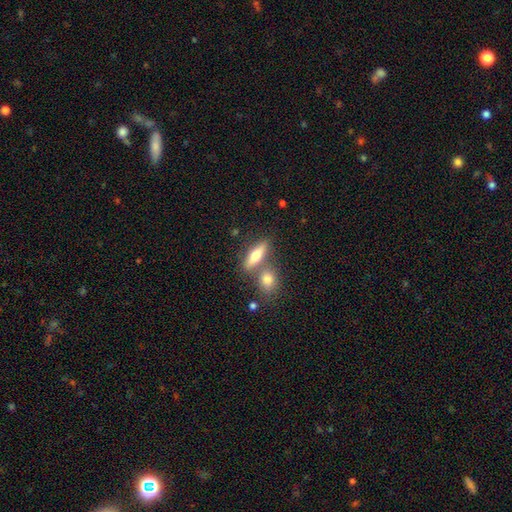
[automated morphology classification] Q: Smooth or featured?
A: smooth (60%); runner-up: featured or disk (33%)
Q: How rounded?
A: cigar-shaped (51%); runner-up: in between (43%)
Q: Merging?
A: none (60%); runner-up: merger (28%)